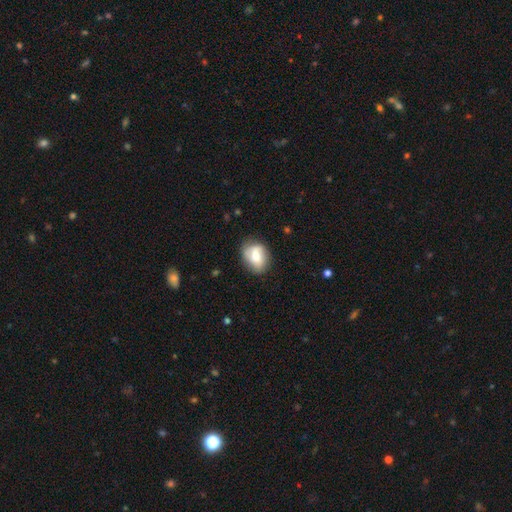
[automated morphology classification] A smooth galaxy with no disk features (67%) that is in between round and cigar-shaped (64%).

Vote fractions:
- Smooth or featured? smooth: 67% / featured or disk: 25% / star or artifact: 8%
- How rounded? in between: 64% / round: 35% / cigar-shaped: 1%
- Merging? none: 65% / minor disturbance: 26% / major disturbance: 8% / merger: 2%